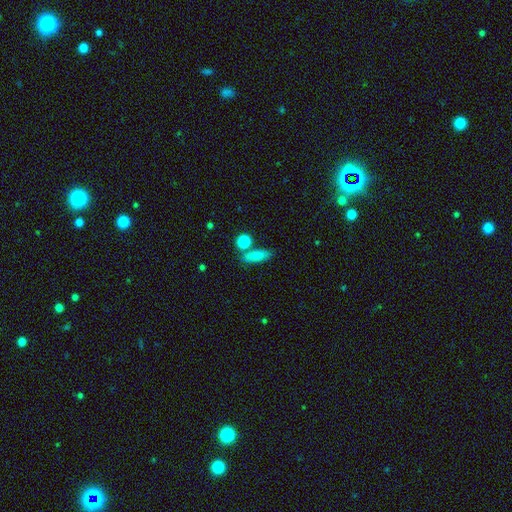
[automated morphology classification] A smooth galaxy with no disk features (82%) that is in between round and cigar-shaped (49%).

Vote fractions:
- Smooth or featured? smooth: 82% / featured or disk: 10% / star or artifact: 8%
- How rounded? in between: 49% / cigar-shaped: 41% / round: 10%
- Merging? none: 70% / merger: 14% / minor disturbance: 12% / major disturbance: 4%